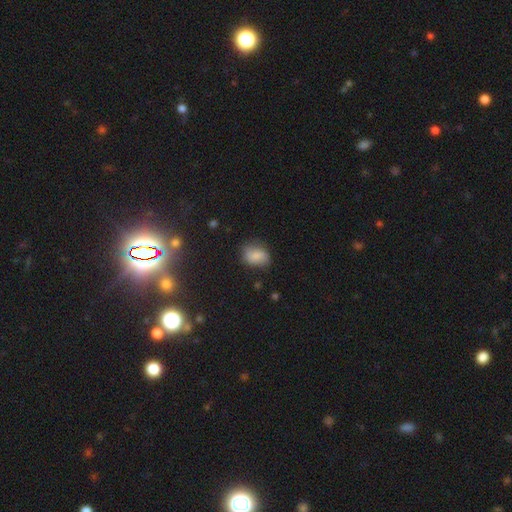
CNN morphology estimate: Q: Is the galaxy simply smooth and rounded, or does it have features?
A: smooth — 75%.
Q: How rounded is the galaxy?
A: in between — 73%.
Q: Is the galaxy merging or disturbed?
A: none — 68%.